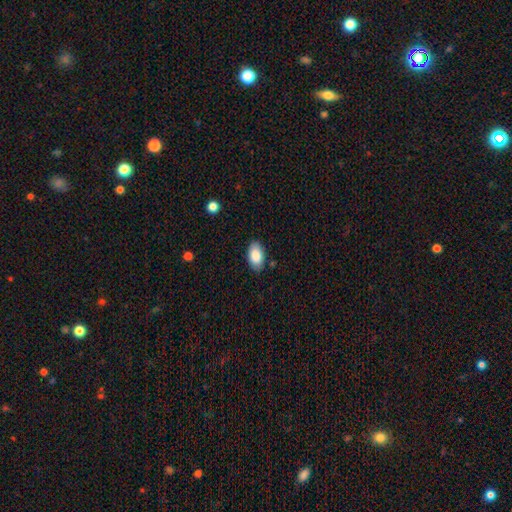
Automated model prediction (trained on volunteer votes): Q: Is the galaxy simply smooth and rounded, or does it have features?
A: smooth — 87%.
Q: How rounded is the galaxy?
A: in between — 93%.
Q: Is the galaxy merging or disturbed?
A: none — 85%.